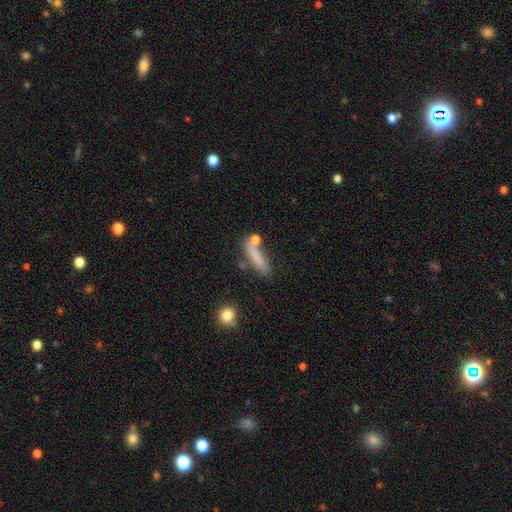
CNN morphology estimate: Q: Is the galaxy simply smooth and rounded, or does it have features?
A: smooth — 71%.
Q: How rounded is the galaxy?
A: cigar-shaped — 77%.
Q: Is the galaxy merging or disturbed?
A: none — 61%.